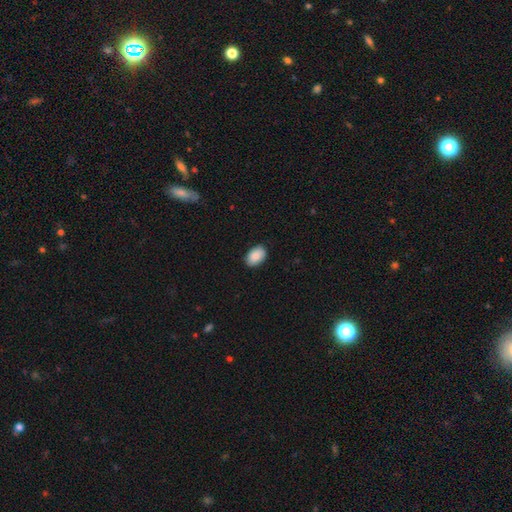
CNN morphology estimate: type=smooth (89%); roundness=in between (89%); merging=none (87%).